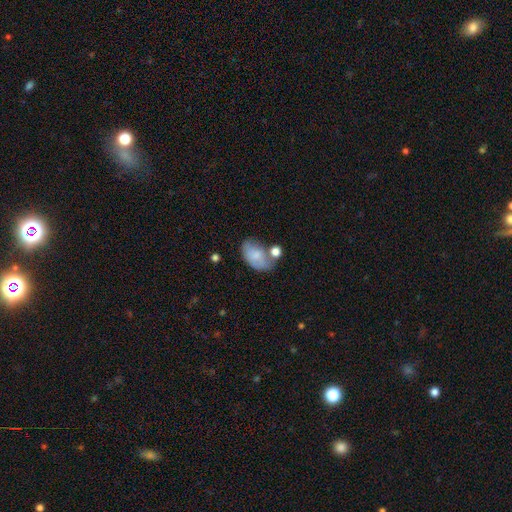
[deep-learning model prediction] Smooth or featured? smooth (74%)
How rounded? in between (91%)
Merging? none (44%)